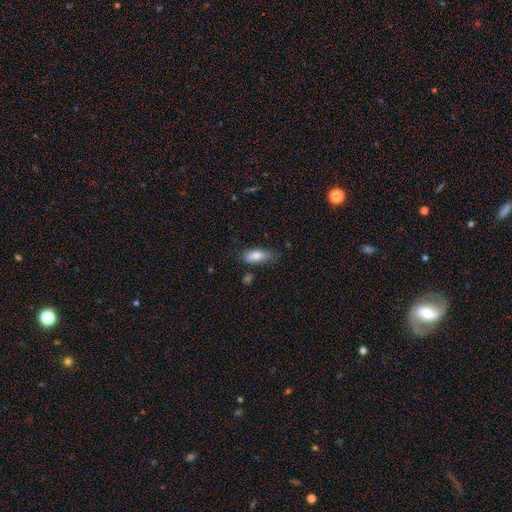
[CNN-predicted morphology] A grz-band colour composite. It shows a smooth galaxy with no disk features (82%) that is in between round and cigar-shaped (80%). Merging: none (61%).